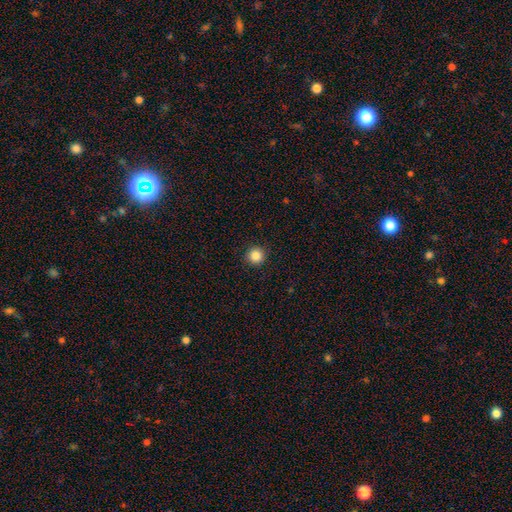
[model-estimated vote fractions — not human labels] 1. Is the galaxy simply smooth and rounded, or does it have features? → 86% smooth, 11% star or artifact, 4% featured or disk.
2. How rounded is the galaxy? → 95% round, 4% in between, 1% cigar-shaped.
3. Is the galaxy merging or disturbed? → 93% none, 5% minor disturbance, 2% major disturbance, 1% merger.